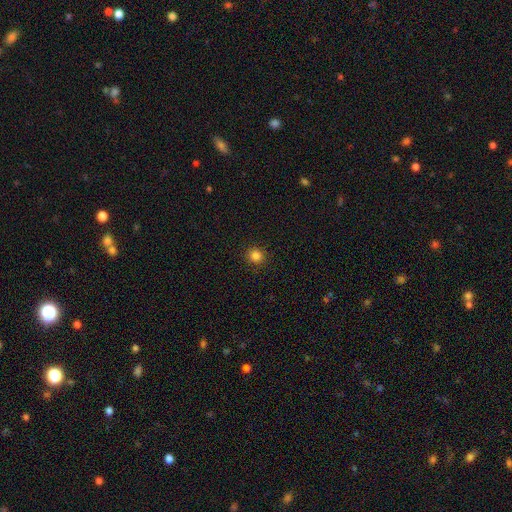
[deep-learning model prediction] smooth-or-featured: smooth: 83% | star or artifact: 13% | featured or disk: 4%
  how-rounded: round: 92% | in between: 7% | cigar-shaped: 1%
  merging: none: 92% | minor disturbance: 5% | major disturbance: 2% | merger: 1%